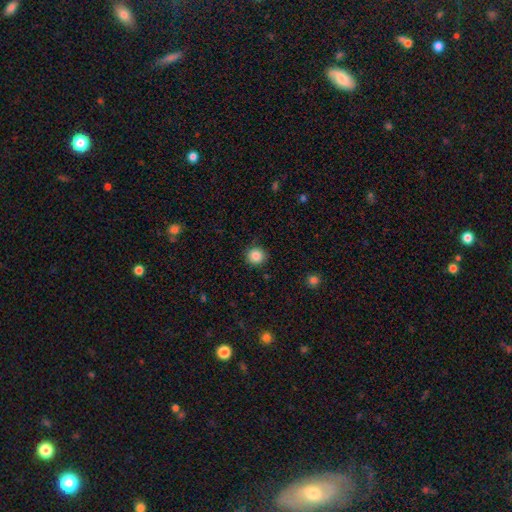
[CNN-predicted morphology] This is clearly a smooth galaxy (85%). How rounded: clearly round (93%). Merging: clearly none (87%).